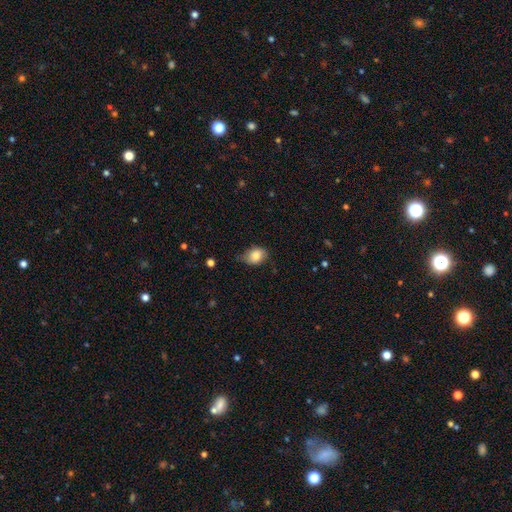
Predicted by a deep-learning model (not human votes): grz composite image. It shows a smooth galaxy with no disk features (83%) that is in between round and cigar-shaped (69%). Merging: none (60%).